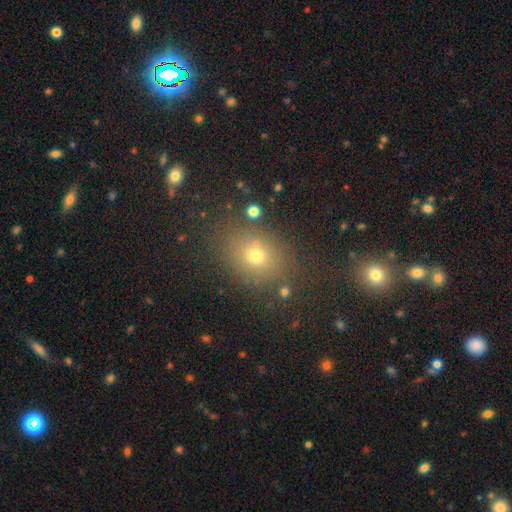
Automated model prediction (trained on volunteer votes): Smooth or featured? Predicted: smooth (p=0.68). How rounded? Predicted: round (p=0.50). Merging? Predicted: none (p=0.77).